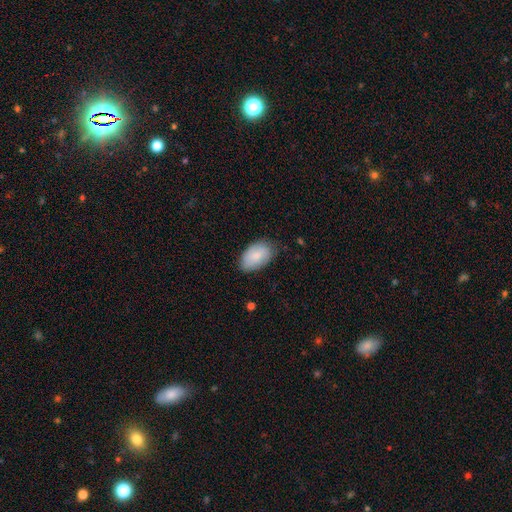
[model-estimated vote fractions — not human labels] Smooth or featured: smooth — 81% (featured or disk — 13%)
How rounded: in between — 93% (round — 5%)
Merging: none — 74% (minor disturbance — 21%)